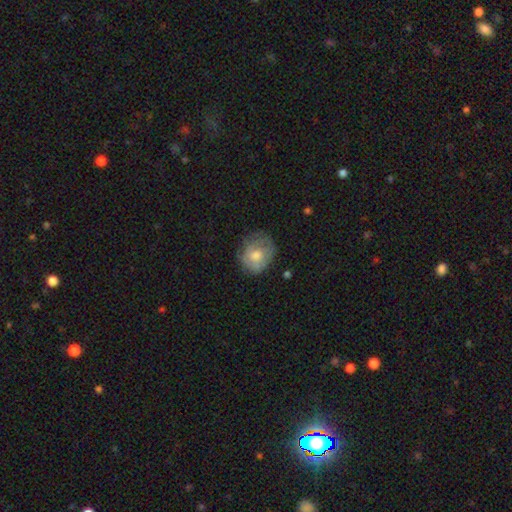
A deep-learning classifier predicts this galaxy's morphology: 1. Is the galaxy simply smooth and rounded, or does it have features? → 59% smooth, 33% featured or disk, 8% star or artifact.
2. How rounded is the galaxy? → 64% round, 35% in between, 1% cigar-shaped.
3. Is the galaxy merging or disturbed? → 63% none, 26% minor disturbance, 10% major disturbance, 1% merger.